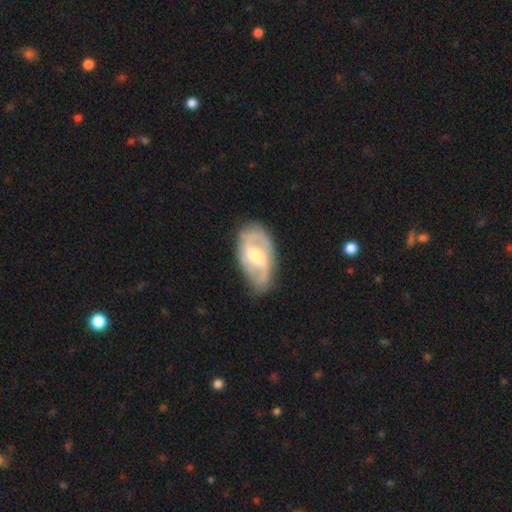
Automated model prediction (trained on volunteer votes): This is likely a featured or disk galaxy (78%). It is clearly not viewed edge-on (95%). Bar: possibly weak (49%). Spiral arm pattern: clearly yes (88%). Spiral arm count: likely 2 (79%). Spiral winding: possibly medium (48%). Central bulge: likely moderate (64%). Merging: likely none (75%).